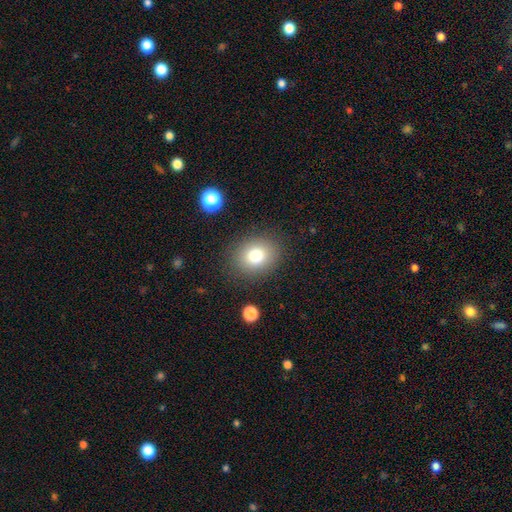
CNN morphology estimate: Smooth or featured?
  - smooth: 79% *
  - star or artifact: 12%
  - featured or disk: 10%
How rounded?
  - round: 59% *
  - in between: 40%
  - cigar-shaped: 1%
Merging?
  - none: 86% *
  - minor disturbance: 9%
  - major disturbance: 4%
  - merger: 2%